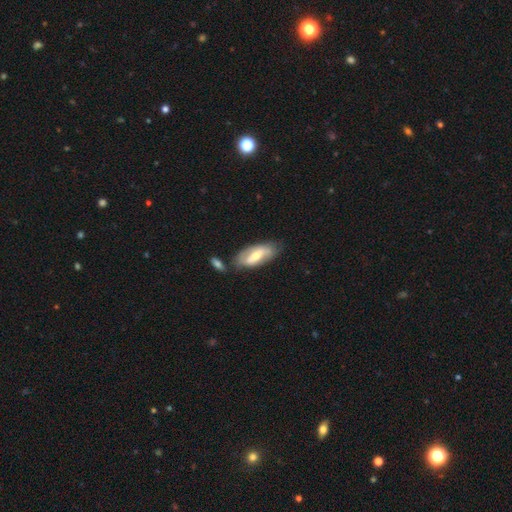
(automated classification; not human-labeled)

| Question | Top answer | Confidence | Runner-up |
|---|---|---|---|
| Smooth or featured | featured or disk | 50% | smooth (44%) |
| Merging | none | 63% | minor disturbance (21%) |